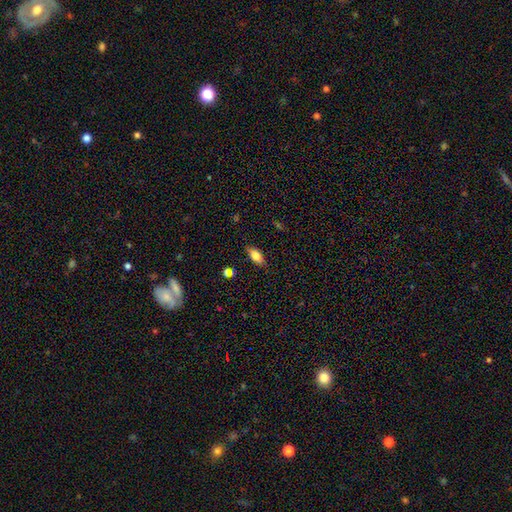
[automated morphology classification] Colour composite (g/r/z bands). It shows a smooth galaxy with no disk features (79%) that is in between round and cigar-shaped (84%). Merging: none (83%).